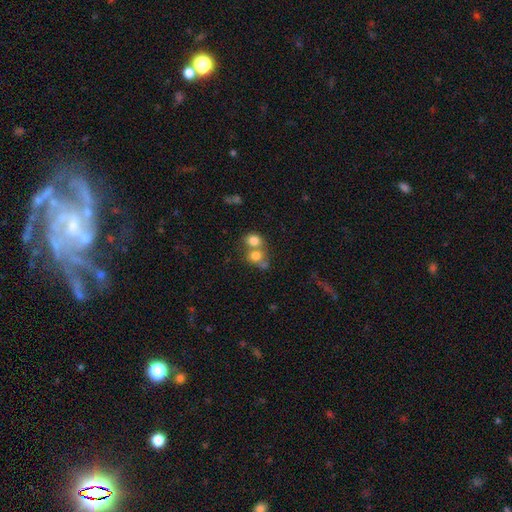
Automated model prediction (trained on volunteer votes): A smooth galaxy with no disk features (76%) that is round (69%). Merging: merger (57%).